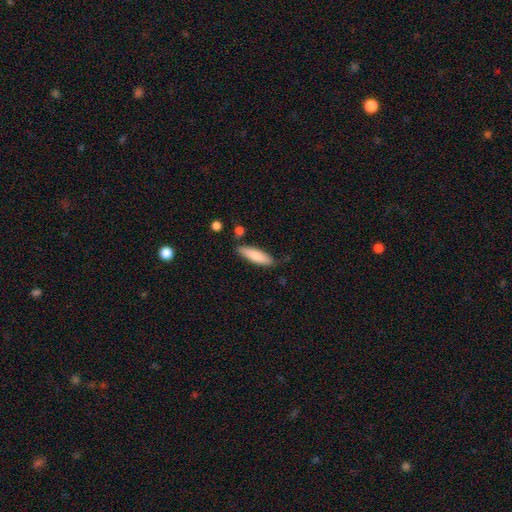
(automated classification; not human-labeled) Q: Smooth or featured?
A: smooth (81%); runner-up: featured or disk (14%)
Q: How rounded?
A: cigar-shaped (59%); runner-up: in between (40%)
Q: Merging?
A: none (78%); runner-up: minor disturbance (16%)